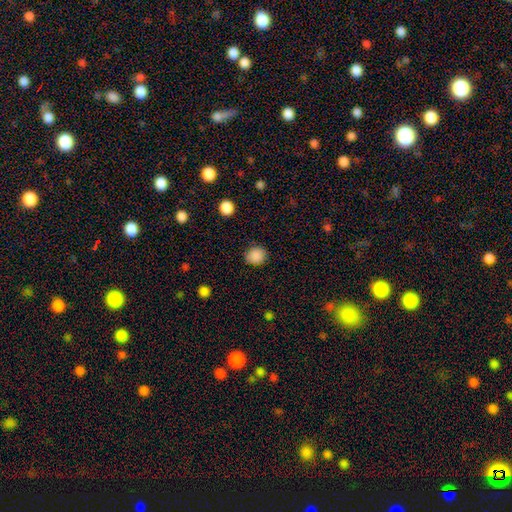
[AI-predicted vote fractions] Q: Smooth or featured?
A: smooth (88%); runner-up: star or artifact (9%)
Q: How rounded?
A: round (81%); runner-up: in between (18%)
Q: Merging?
A: none (87%); runner-up: minor disturbance (9%)